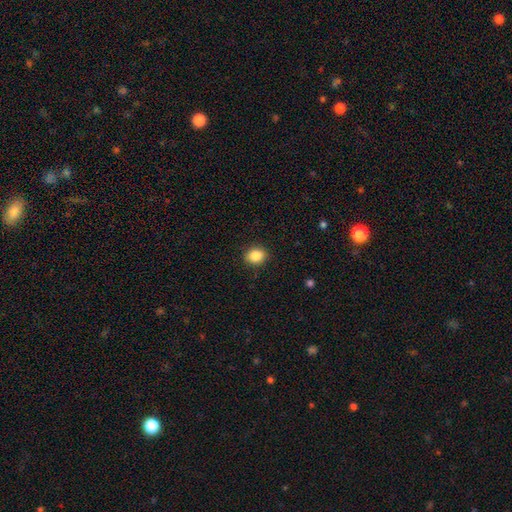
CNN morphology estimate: Q: Smooth or featured?
A: smooth (86%); runner-up: star or artifact (9%)
Q: How rounded?
A: round (63%); runner-up: in between (36%)
Q: Merging?
A: none (89%); runner-up: minor disturbance (8%)